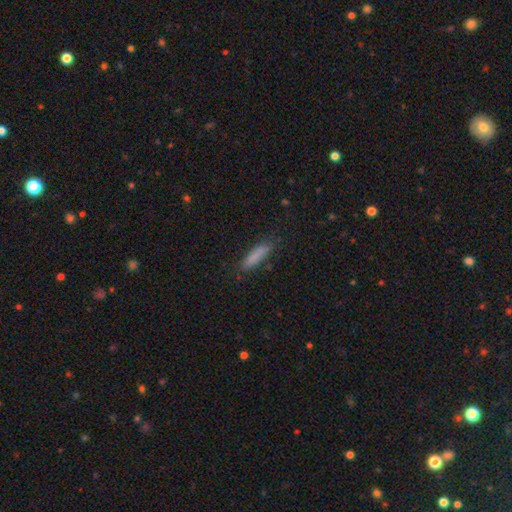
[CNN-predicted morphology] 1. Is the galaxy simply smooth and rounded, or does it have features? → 84% smooth, 9% featured or disk, 7% star or artifact.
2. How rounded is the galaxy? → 79% cigar-shaped, 20% in between, 1% round.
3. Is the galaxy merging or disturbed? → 82% none, 14% minor disturbance, 3% major disturbance, 2% merger.